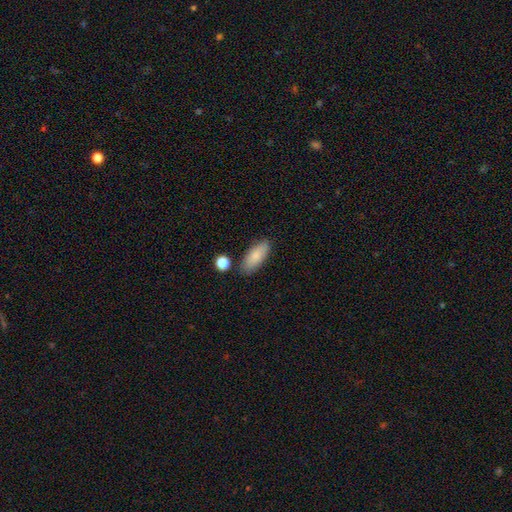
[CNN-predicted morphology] A smooth galaxy with no disk features (84%) that is in between round and cigar-shaped (83%).

Vote fractions:
- Smooth or featured? smooth: 84% / featured or disk: 10% / star or artifact: 6%
- How rounded? in between: 83% / cigar-shaped: 15% / round: 2%
- Merging? none: 79% / minor disturbance: 13% / merger: 4% / major disturbance: 3%